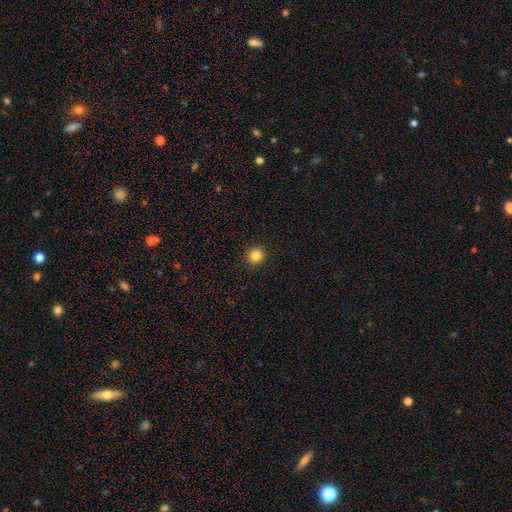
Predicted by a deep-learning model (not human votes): Smooth or featured: smooth — 84% (star or artifact — 12%)
How rounded: round — 94% (in between — 5%)
Merging: none — 93% (minor disturbance — 4%)